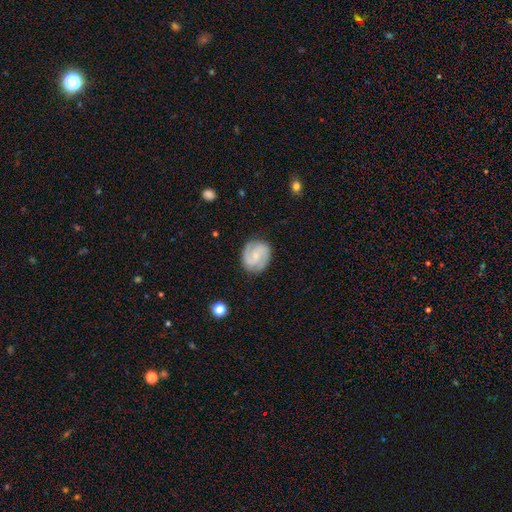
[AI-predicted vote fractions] Smooth or featured? featured or disk (74%)
Edge-on disk? no (98%)
Bar? no (50%)
Spiral arms? yes (95%)
Spiral winding? medium (47%)
Spiral arm count? 2 (82%)
Bulge size? small (62%)
Merging? none (83%)